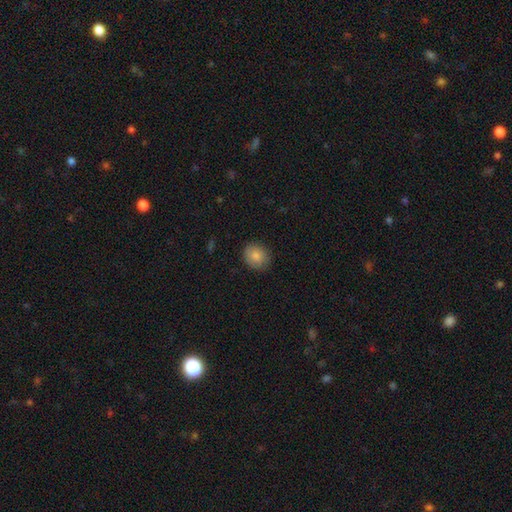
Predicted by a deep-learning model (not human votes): This appears to be a smooth galaxy with no disk features (85%) that is round (69%). Merging: none (85%).